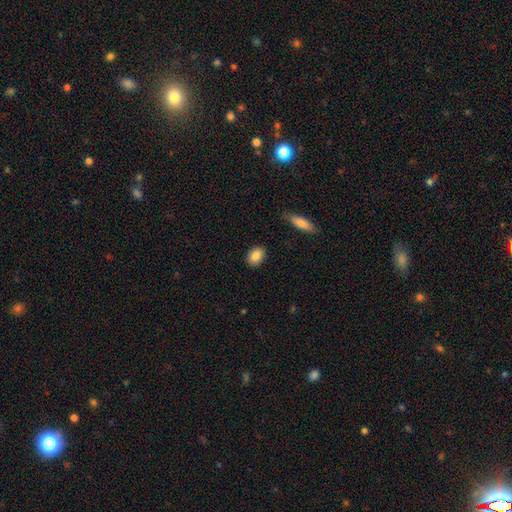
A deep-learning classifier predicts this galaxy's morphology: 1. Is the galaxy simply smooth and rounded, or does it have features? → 86% smooth, 7% star or artifact, 7% featured or disk.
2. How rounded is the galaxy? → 73% in between, 25% round, 2% cigar-shaped.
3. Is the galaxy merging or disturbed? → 88% none, 8% minor disturbance, 2% major disturbance, 1% merger.